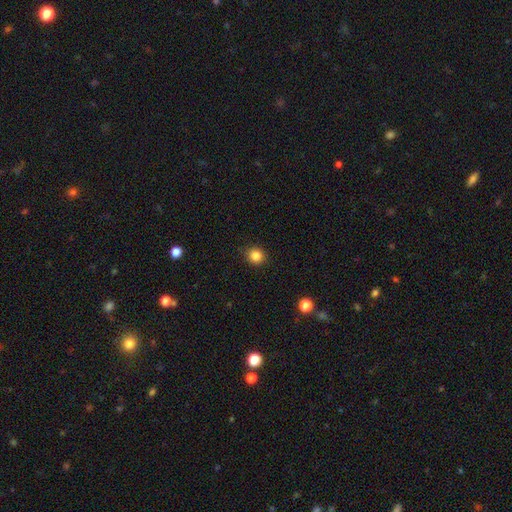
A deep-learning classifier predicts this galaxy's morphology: A smooth galaxy with no disk features (84%) that is round (89%). Merging: none (90%).